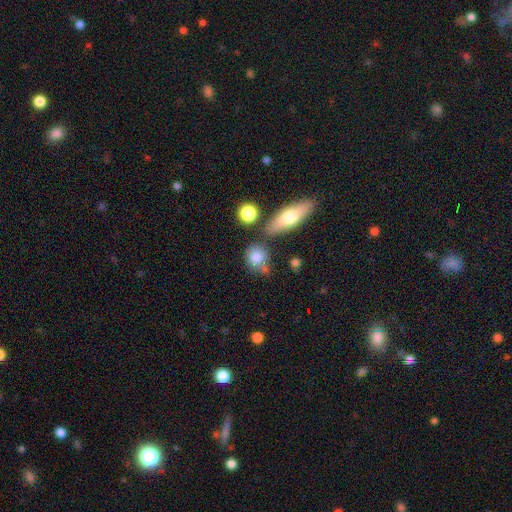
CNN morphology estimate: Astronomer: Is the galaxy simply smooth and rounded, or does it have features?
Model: smooth — 78%.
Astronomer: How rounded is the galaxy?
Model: round — 71%.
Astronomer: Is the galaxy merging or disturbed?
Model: none — 60%.